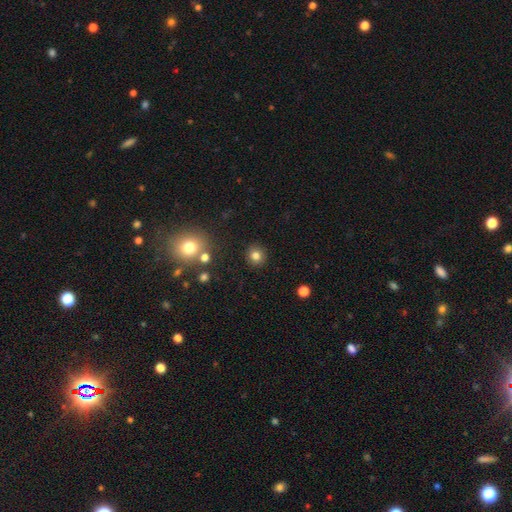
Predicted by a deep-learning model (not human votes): smooth_or_featured: smooth (p=0.81) [alt: star or artifact p=0.13]
how_rounded: round (p=0.88) [alt: in between p=0.11]
merging: none (p=0.90) [alt: minor disturbance p=0.06]